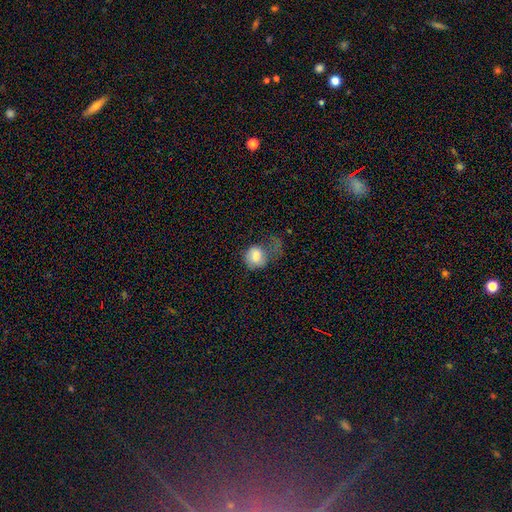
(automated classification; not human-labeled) This appears to be a smooth galaxy with no disk features (78%) that is round (62%). Merging: major disturbance (52%).